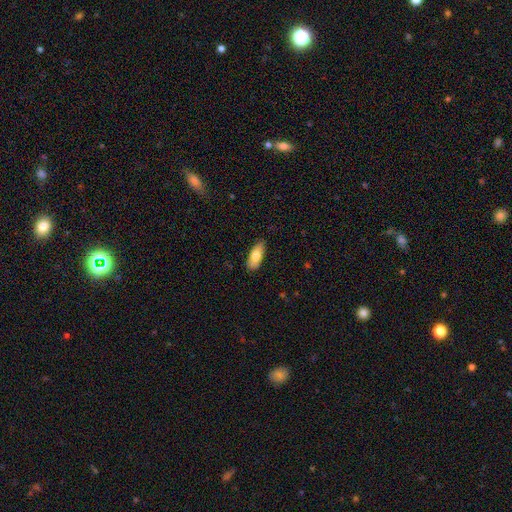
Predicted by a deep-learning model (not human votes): A smooth galaxy with no disk features (76%) that is in between round and cigar-shaped (79%).

Vote fractions:
- Smooth or featured? smooth: 76% / featured or disk: 18% / star or artifact: 6%
- How rounded? in between: 79% / cigar-shaped: 19% / round: 2%
- Merging? none: 83% / minor disturbance: 13% / major disturbance: 2% / merger: 1%